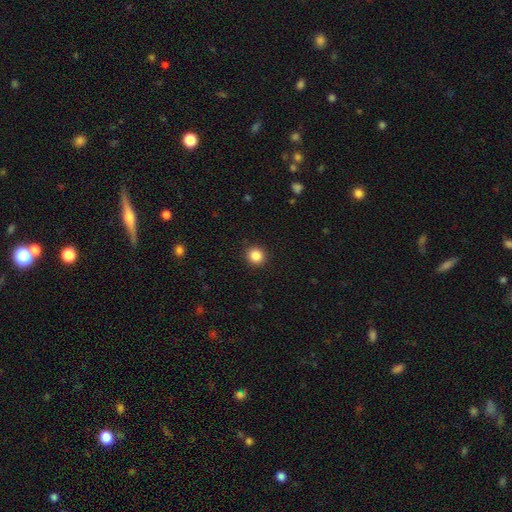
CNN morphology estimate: smooth 86%, star or artifact 11%, featured or disk 4%. Down the decision tree: how rounded — round (89%); merging — none (92%).